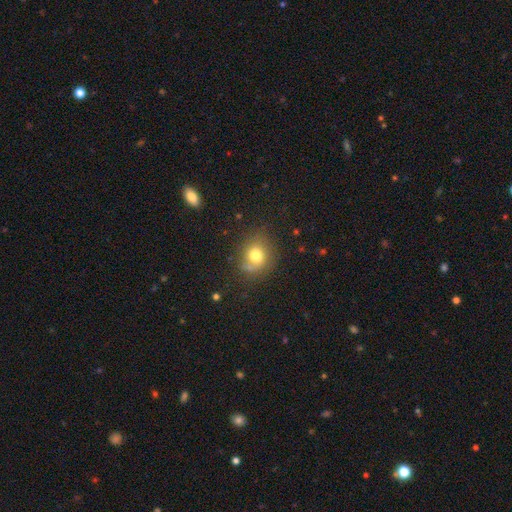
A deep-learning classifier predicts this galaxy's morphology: smooth-or-featured: smooth: 73% | featured or disk: 14% | star or artifact: 13%
  how-rounded: round: 74% | in between: 25% | cigar-shaped: 1%
  merging: none: 68% | minor disturbance: 20% | major disturbance: 8% | merger: 4%